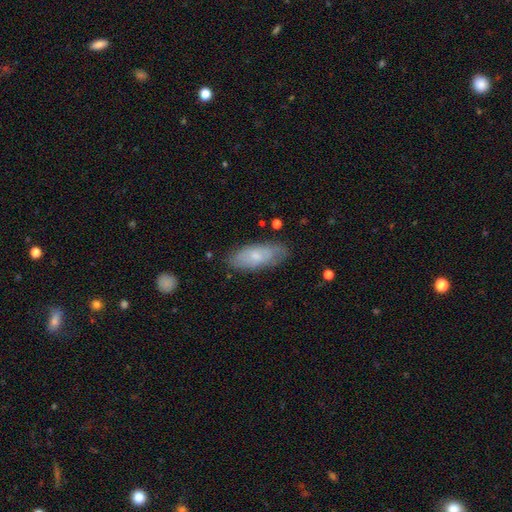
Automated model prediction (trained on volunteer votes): A smooth galaxy with no disk features (58%) that is in between round and cigar-shaped (77%).

Vote fractions:
- Smooth or featured? smooth: 58% / featured or disk: 35% / star or artifact: 7%
- How rounded? in between: 77% / cigar-shaped: 21% / round: 2%
- Merging? none: 76% / minor disturbance: 18% / major disturbance: 4% / merger: 2%